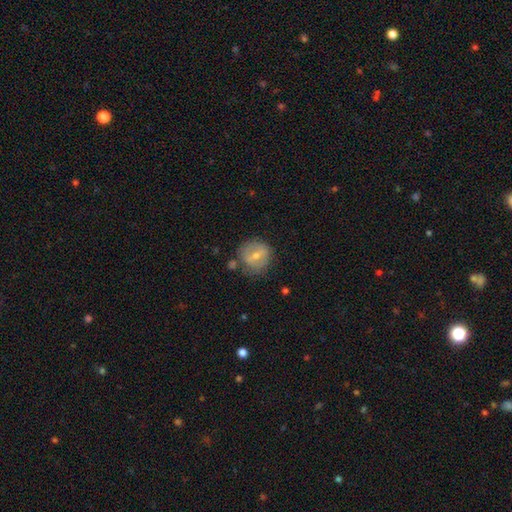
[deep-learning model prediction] Smooth or featured?
  - smooth: 50% *
  - featured or disk: 41%
  - star or artifact: 8%
How rounded?
  - round: 84% *
  - in between: 15%
  - cigar-shaped: 1%
Merging?
  - none: 67% *
  - minor disturbance: 20%
  - major disturbance: 7%
  - merger: 6%